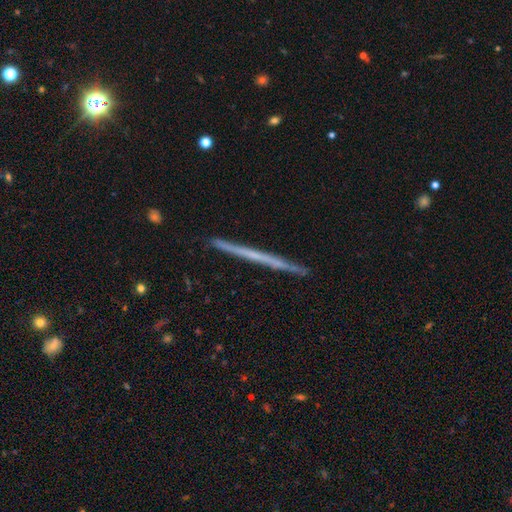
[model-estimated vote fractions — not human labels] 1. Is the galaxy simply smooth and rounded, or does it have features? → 59% featured or disk, 35% smooth, 6% star or artifact.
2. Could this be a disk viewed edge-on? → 98% yes, 2% no.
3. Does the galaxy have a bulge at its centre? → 89% none, 8% rounded, 3% boxy.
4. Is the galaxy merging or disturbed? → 92% none, 6% minor disturbance, 1% major disturbance, 1% merger.